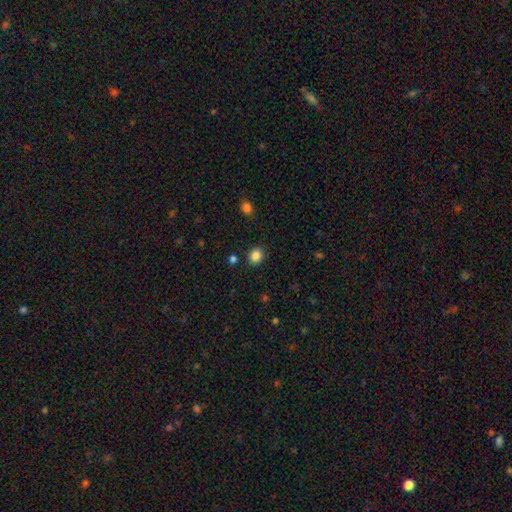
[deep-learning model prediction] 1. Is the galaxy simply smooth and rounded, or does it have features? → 85% smooth, 11% star or artifact, 4% featured or disk.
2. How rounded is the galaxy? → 66% round, 33% in between, 1% cigar-shaped.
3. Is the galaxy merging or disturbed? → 88% none, 8% minor disturbance, 2% major disturbance, 2% merger.